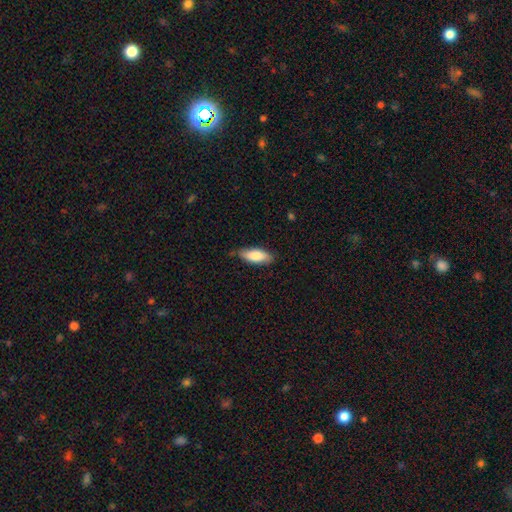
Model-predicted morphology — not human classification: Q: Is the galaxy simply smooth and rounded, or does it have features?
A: smooth — 82%.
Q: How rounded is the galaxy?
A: in between — 78%.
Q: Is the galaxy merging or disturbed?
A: none — 76%.